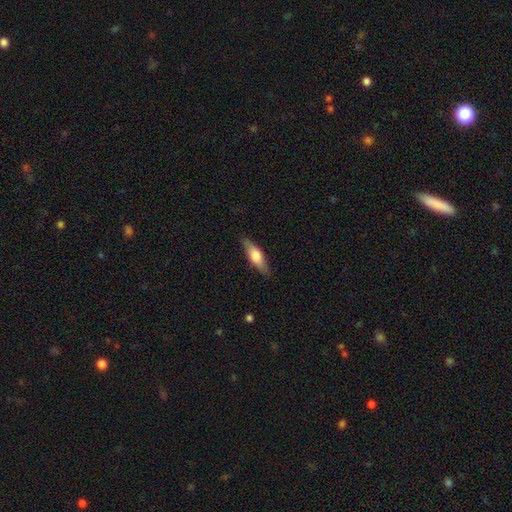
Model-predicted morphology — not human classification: Q: Smooth or featured?
A: smooth (59%); runner-up: featured or disk (36%)
Q: How rounded?
A: cigar-shaped (50%); runner-up: in between (47%)
Q: Merging?
A: none (85%); runner-up: minor disturbance (12%)